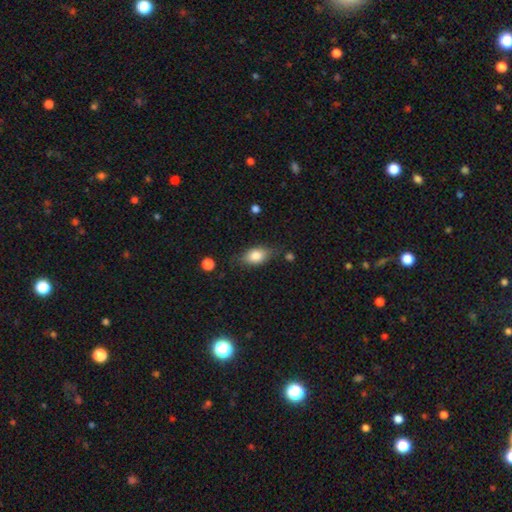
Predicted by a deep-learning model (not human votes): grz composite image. It shows a smooth galaxy with no disk features (81%) that is in between round and cigar-shaped (84%). Merging: none (73%).